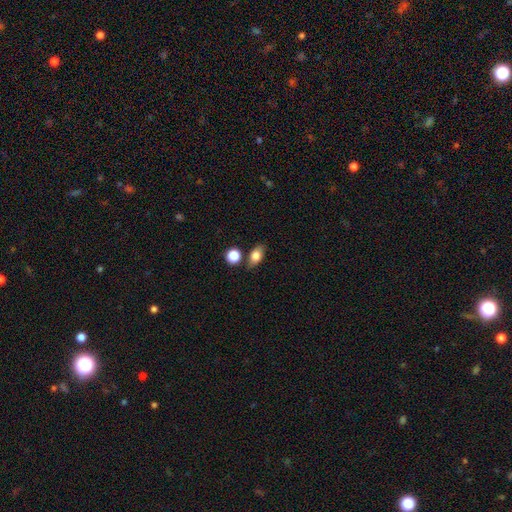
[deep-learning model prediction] A smooth galaxy with no disk features (81%) that is in between round and cigar-shaped (79%). Merging: none (74%).